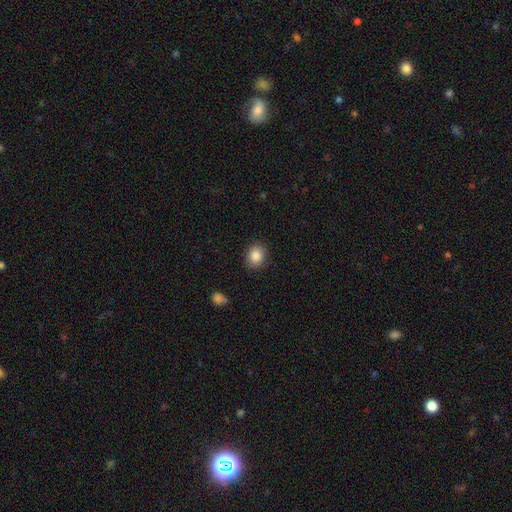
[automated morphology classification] type=smooth (86%); roundness=round (54%); merging=none (87%).